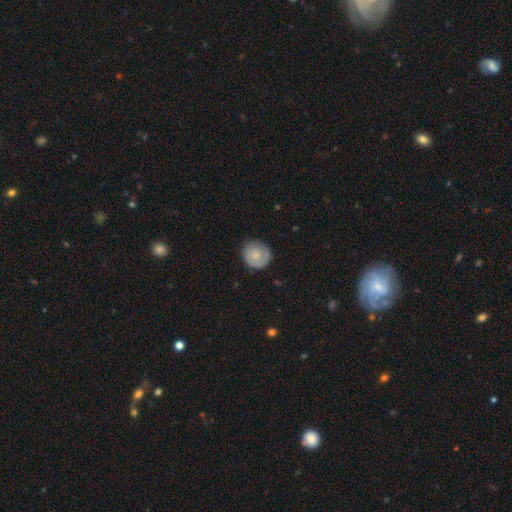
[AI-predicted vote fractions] A smooth galaxy with no disk features (70%) that is round (87%).

Vote fractions:
- Smooth or featured? smooth: 70% / featured or disk: 24% / star or artifact: 6%
- How rounded? round: 87% / in between: 13% / cigar-shaped: 1%
- Merging? none: 79% / minor disturbance: 16% / major disturbance: 4% / merger: 1%